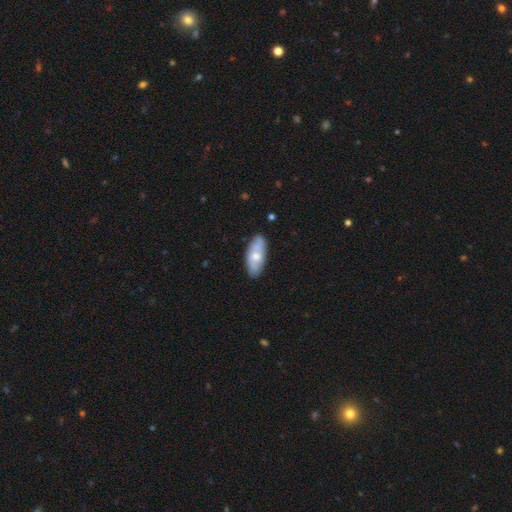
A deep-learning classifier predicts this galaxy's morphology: smooth_or_featured: smooth (p=0.48) [alt: featured or disk p=0.46]
merging: none (p=0.77) [alt: minor disturbance p=0.17]